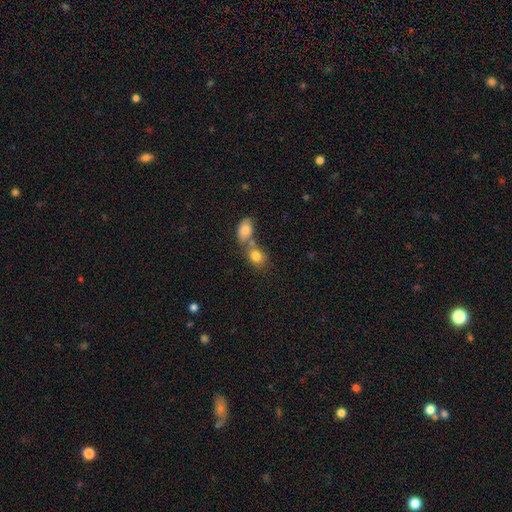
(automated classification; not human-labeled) Smooth or featured? smooth (81%)
How rounded? in between (57%)
Merging? merger (45%)